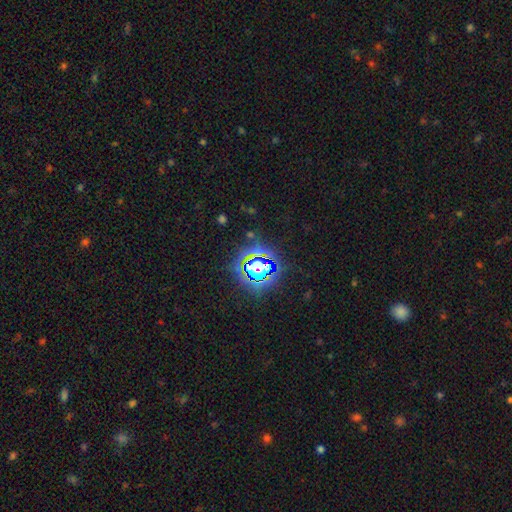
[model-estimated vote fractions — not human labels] Smooth or featured: star or artifact — 77% (smooth — 14%)